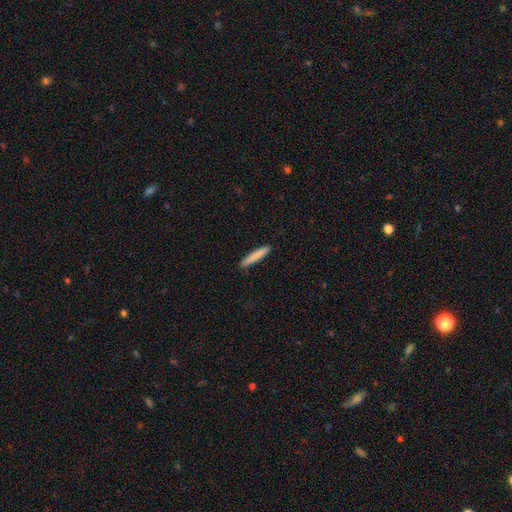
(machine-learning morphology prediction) A smooth galaxy with no disk features (84%) that is cigar-shaped (94%). Merging: none (91%).